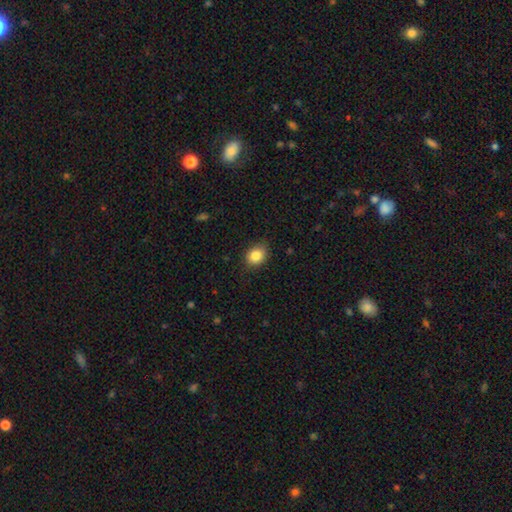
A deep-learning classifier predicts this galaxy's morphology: This is clearly a smooth galaxy (84%). How rounded: possibly round (51%). Merging: likely none (79%).